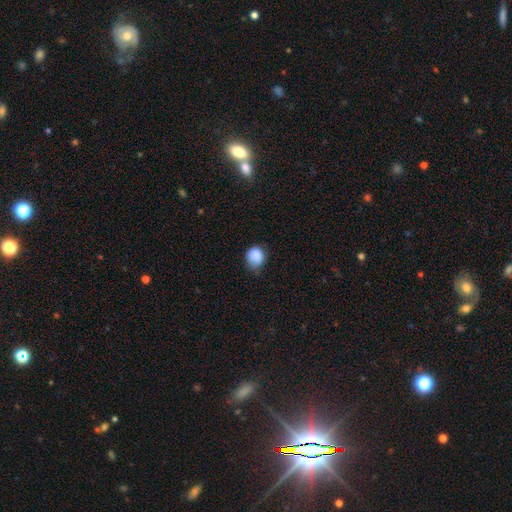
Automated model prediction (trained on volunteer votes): This appears to be a smooth galaxy with no disk features (87%) that is round (77%). Merging: none (57%).